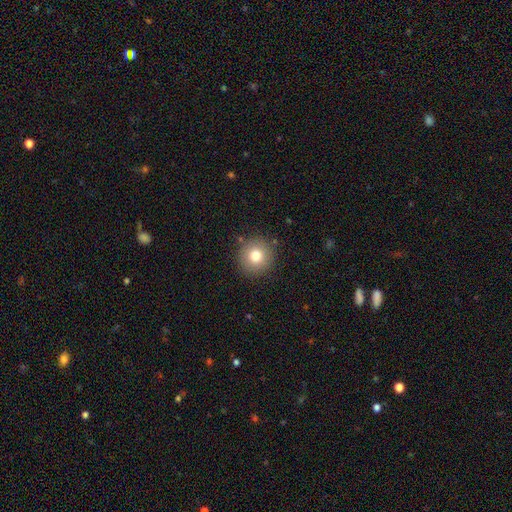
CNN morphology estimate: Smooth or featured? smooth (79%)
How rounded? round (93%)
Merging? none (88%)